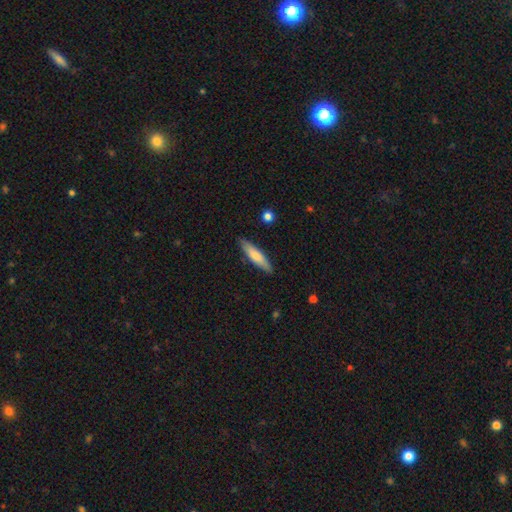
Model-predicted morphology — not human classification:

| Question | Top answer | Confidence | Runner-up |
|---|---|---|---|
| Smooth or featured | smooth | 72% | featured or disk (23%) |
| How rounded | cigar-shaped | 79% | in between (19%) |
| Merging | none | 87% | minor disturbance (9%) |